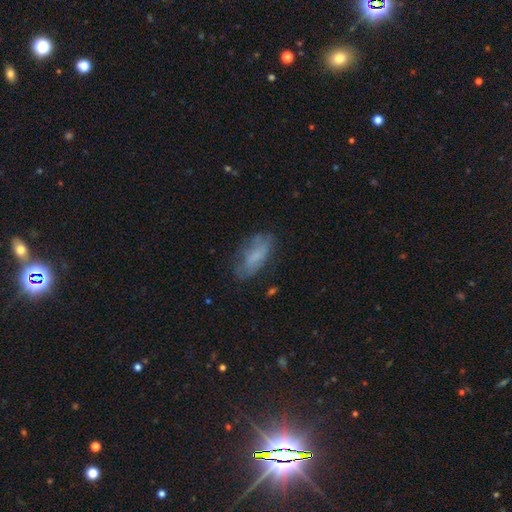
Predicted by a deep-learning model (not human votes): Smooth or featured? Predicted: smooth (p=0.62). How rounded? Predicted: in between (p=0.79). Merging? Predicted: none (p=0.63).